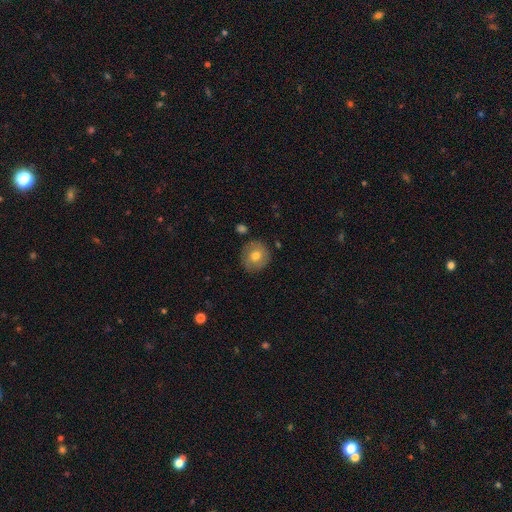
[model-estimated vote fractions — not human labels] smooth-or-featured: smooth: 73% | featured or disk: 19% | star or artifact: 8%
  how-rounded: round: 89% | in between: 10% | cigar-shaped: 1%
  merging: none: 84% | minor disturbance: 11% | major disturbance: 3% | merger: 2%